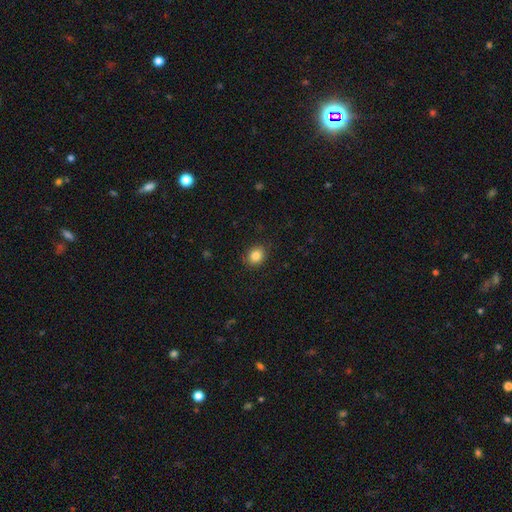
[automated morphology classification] A smooth galaxy with no disk features (85%) that is round (57%).

Vote fractions:
- Smooth or featured? smooth: 85% / star or artifact: 10% / featured or disk: 5%
- How rounded? round: 57% / in between: 42% / cigar-shaped: 1%
- Merging? none: 86% / minor disturbance: 10% / major disturbance: 3% / merger: 1%